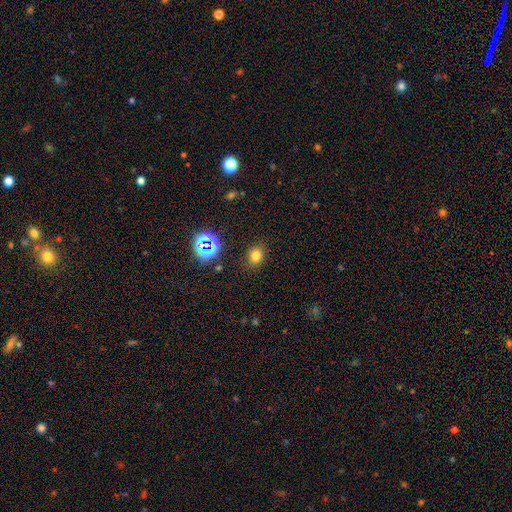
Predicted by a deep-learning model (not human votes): Smooth or featured: smooth — 73% (star or artifact — 19%)
How rounded: round — 57% (in between — 42%)
Merging: none — 85% (minor disturbance — 10%)